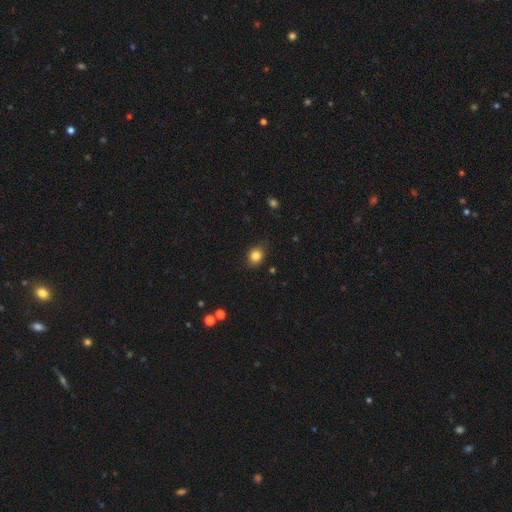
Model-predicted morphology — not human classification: Overall: smooth (83%). How rounded: round (51%; in between 48%). Merging: none (78%).